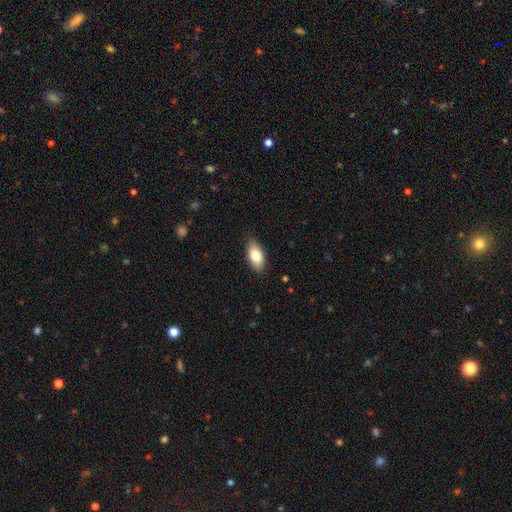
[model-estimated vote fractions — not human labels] Morphology: type=smooth (80%); roundness=in between (90%); merging=none (84%).